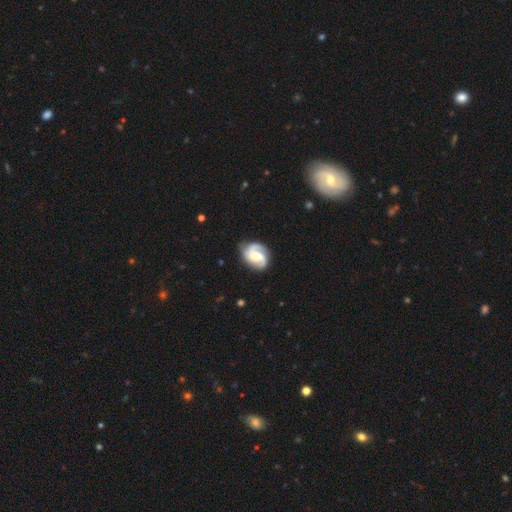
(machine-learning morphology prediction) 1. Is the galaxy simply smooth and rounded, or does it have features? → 79% featured or disk, 15% smooth, 6% star or artifact.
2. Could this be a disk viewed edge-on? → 98% no, 2% yes.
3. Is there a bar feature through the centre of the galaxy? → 45% weak, 34% no, 21% strong.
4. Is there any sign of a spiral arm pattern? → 95% yes, 5% no.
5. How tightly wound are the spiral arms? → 47% medium, 28% tight, 25% loose.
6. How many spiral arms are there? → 65% 2, 16% 3, 8% can't tell, 7% 1, 2% 4, 2% more than 4.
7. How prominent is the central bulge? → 30% moderate, 24% large, 23% none, 19% small, 4% dominant.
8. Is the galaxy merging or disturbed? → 69% none, 20% minor disturbance, 9% major disturbance, 2% merger.